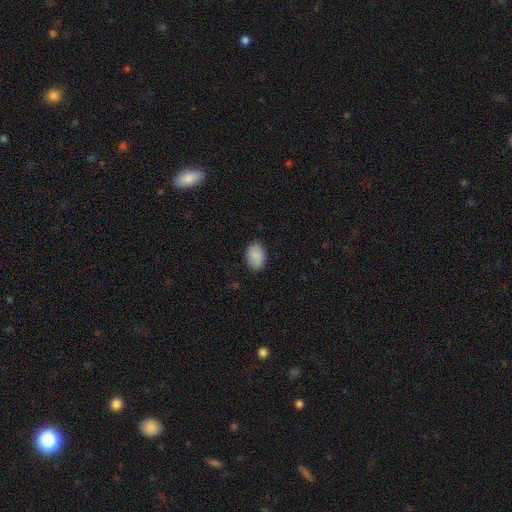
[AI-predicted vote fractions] smooth_or_featured: smooth (p=0.88) [alt: star or artifact p=0.07]
how_rounded: in between (p=0.85) [alt: round p=0.13]
merging: none (p=0.86) [alt: minor disturbance p=0.10]